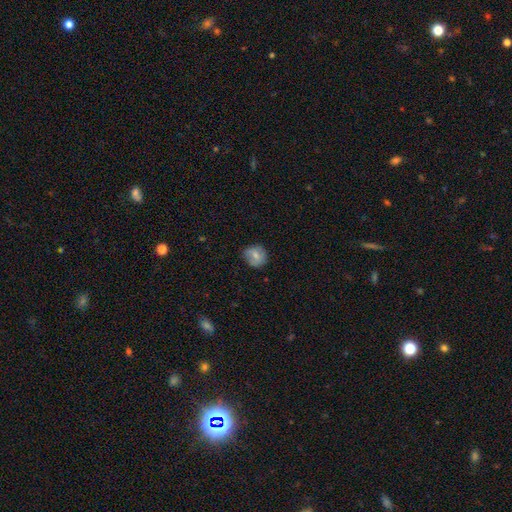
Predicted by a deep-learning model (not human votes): smooth-or-featured: smooth: 70% | featured or disk: 22% | star or artifact: 8%
  how-rounded: round: 83% | in between: 16% | cigar-shaped: 1%
  merging: none: 75% | minor disturbance: 19% | major disturbance: 4% | merger: 1%